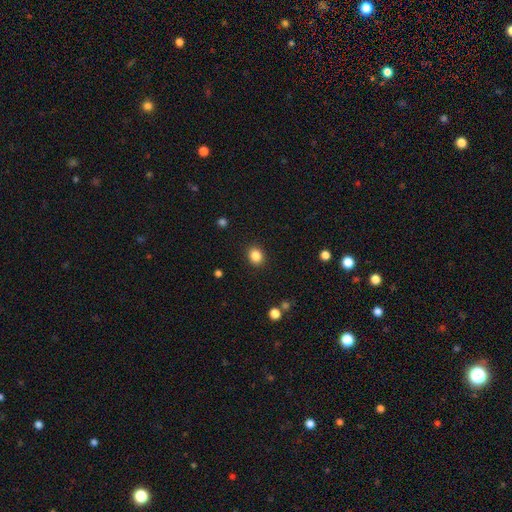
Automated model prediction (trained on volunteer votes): The model was most divided on "how rounded": round: 60%, in between: 39%, cigar-shaped: 1%. More confident: merging — none (90%); smooth or featured — smooth (85%).